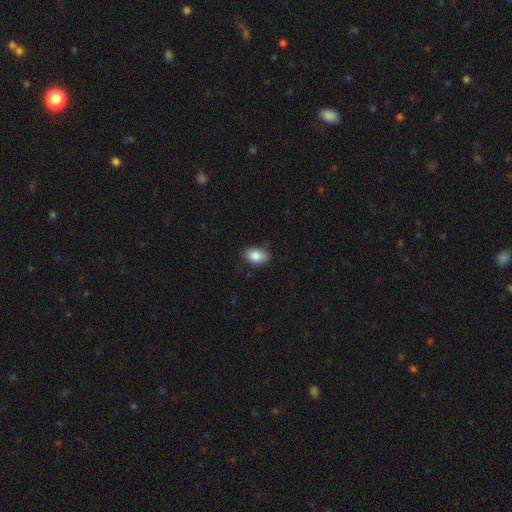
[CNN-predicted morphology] smooth-or-featured: smooth: 87% | star or artifact: 7% | featured or disk: 5%
  how-rounded: in between: 87% | round: 12% | cigar-shaped: 1%
  merging: none: 84% | minor disturbance: 13% | major disturbance: 2% | merger: 1%